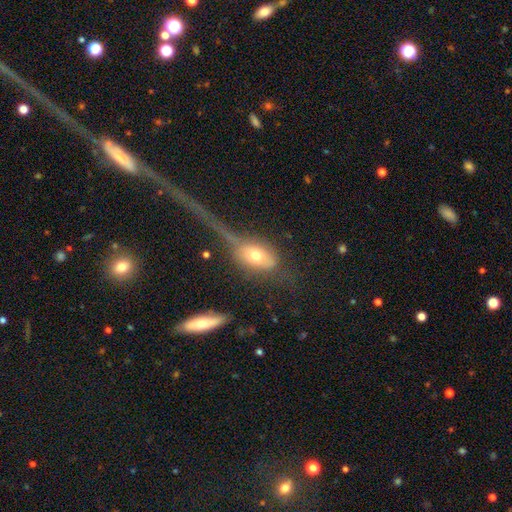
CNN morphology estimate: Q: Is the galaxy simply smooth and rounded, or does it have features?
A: smooth — 60%.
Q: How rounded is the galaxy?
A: in between — 78%.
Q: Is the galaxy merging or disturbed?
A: major disturbance — 36%.